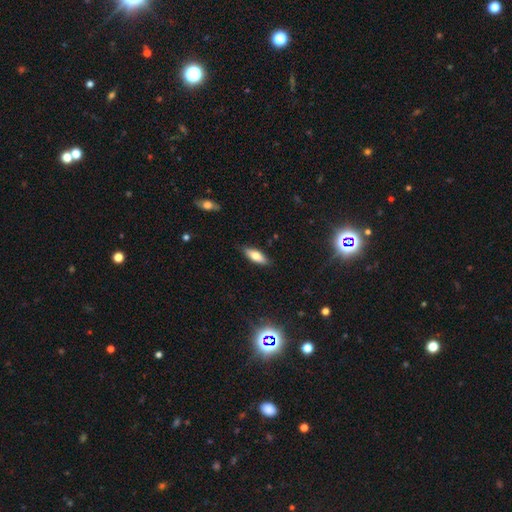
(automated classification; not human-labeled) Morphology: type=smooth (71%); roundness=in between (67%); merging=none (86%).